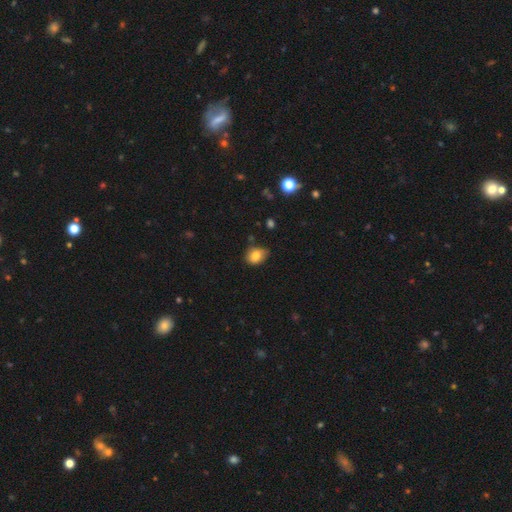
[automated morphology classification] This is clearly a smooth galaxy (81%). How rounded: likely in between (63%). Merging: likely none (67%).